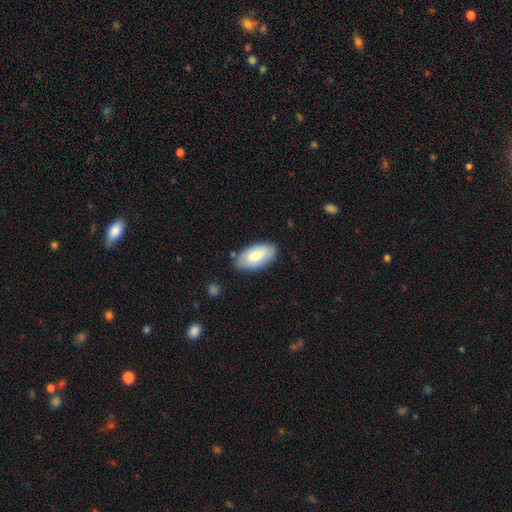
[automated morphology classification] Smooth or featured? Predicted: smooth (p=0.70). How rounded? Predicted: in between (p=0.94). Merging? Predicted: none (p=0.80).